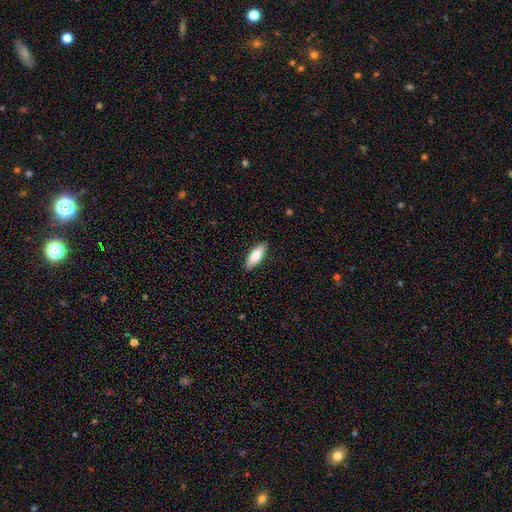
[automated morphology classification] This appears to be a smooth galaxy with no disk features (82%) that is in between round and cigar-shaped (61%). Merging: none (89%).